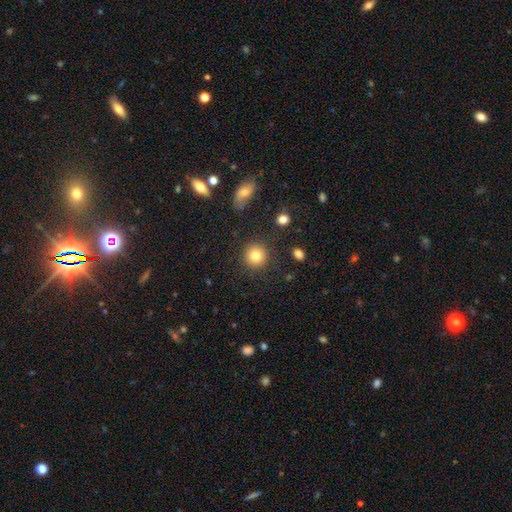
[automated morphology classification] Overall: smooth (81%). How rounded: round (91%). Merging: none (87%).